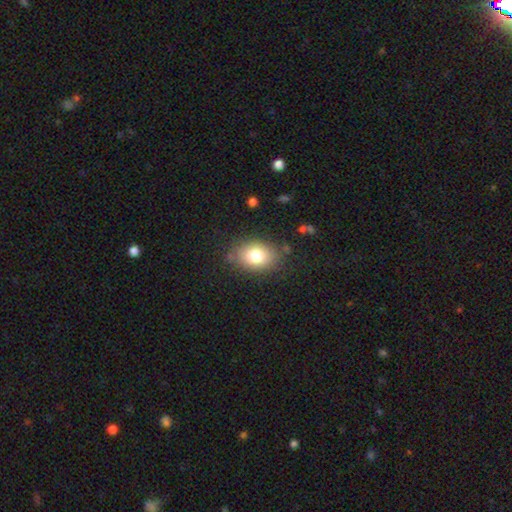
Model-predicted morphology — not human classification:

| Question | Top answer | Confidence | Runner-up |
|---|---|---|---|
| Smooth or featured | smooth | 78% | featured or disk (12%) |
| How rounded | in between | 74% | round (25%) |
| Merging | none | 80% | minor disturbance (14%) |